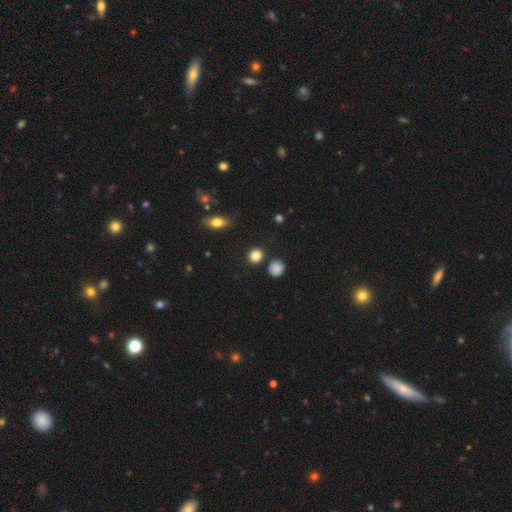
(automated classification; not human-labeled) smooth-or-featured: smooth: 85% | star or artifact: 11% | featured or disk: 4%
  how-rounded: round: 84% | in between: 15% | cigar-shaped: 1%
  merging: none: 86% | minor disturbance: 7% | merger: 4% | major disturbance: 2%